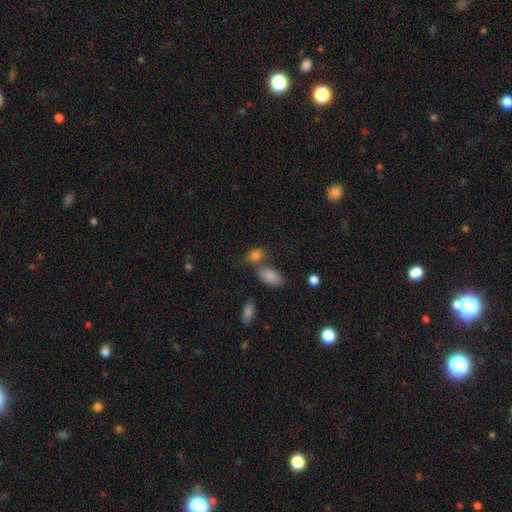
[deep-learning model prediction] Overall: smooth (81%). How rounded: in between (76%). Merging: none (47%; merger 35%).